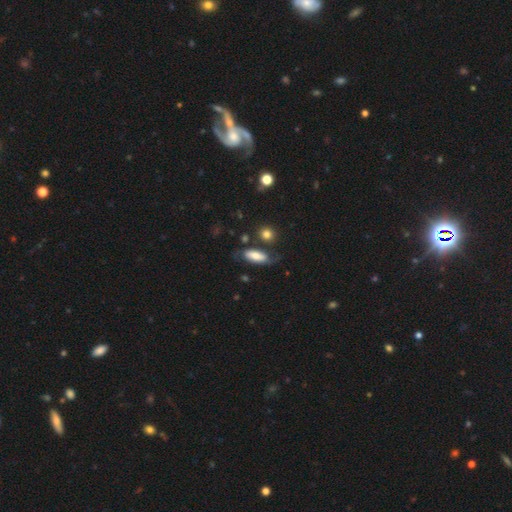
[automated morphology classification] Overall: smooth (64%; featured or disk 29%). How rounded: in between (76%). Merging: none (58%; minor disturbance 24%).